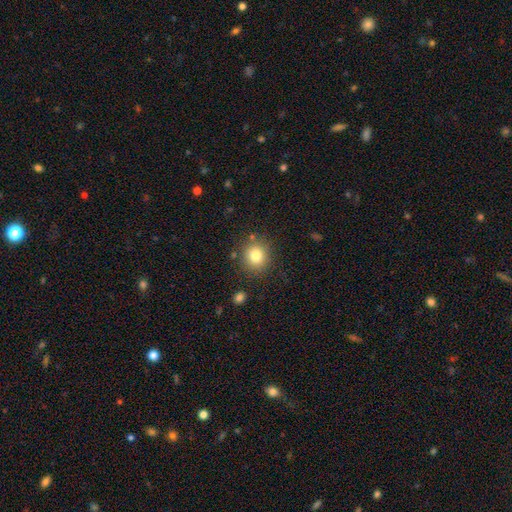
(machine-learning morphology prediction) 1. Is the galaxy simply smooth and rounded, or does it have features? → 81% smooth, 11% star or artifact, 8% featured or disk.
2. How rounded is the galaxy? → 87% round, 12% in between, 1% cigar-shaped.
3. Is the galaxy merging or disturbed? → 84% none, 9% minor disturbance, 3% merger, 3% major disturbance.